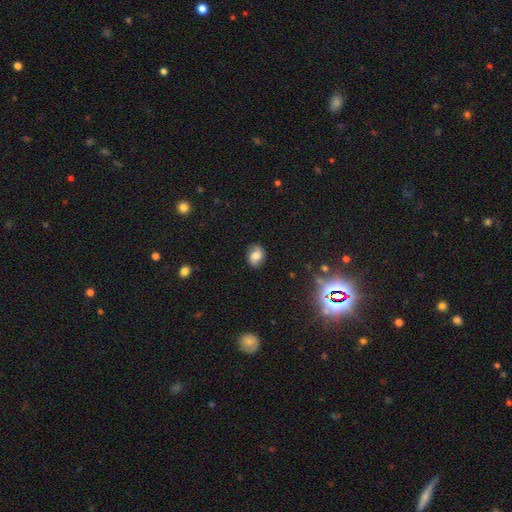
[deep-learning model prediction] Smooth or featured?
  - smooth: 60% *
  - featured or disk: 28%
  - star or artifact: 12%
How rounded?
  - in between: 63% *
  - round: 36%
  - cigar-shaped: 1%
Merging?
  - none: 77% *
  - minor disturbance: 17%
  - major disturbance: 4%
  - merger: 1%